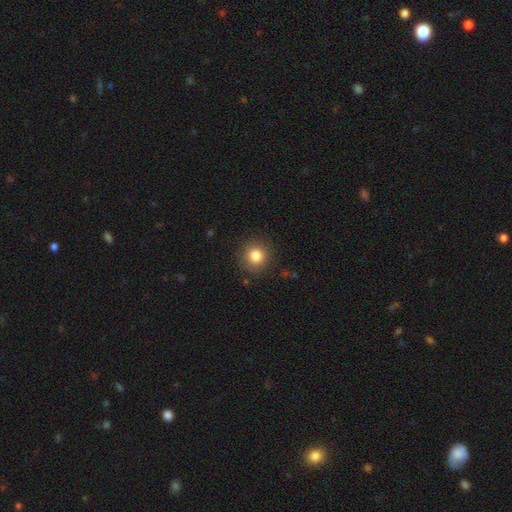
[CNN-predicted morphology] Smooth or featured?
  - smooth: 83% *
  - star or artifact: 11%
  - featured or disk: 6%
How rounded?
  - round: 91% *
  - in between: 8%
  - cigar-shaped: 1%
Merging?
  - none: 88% *
  - minor disturbance: 8%
  - major disturbance: 3%
  - merger: 1%